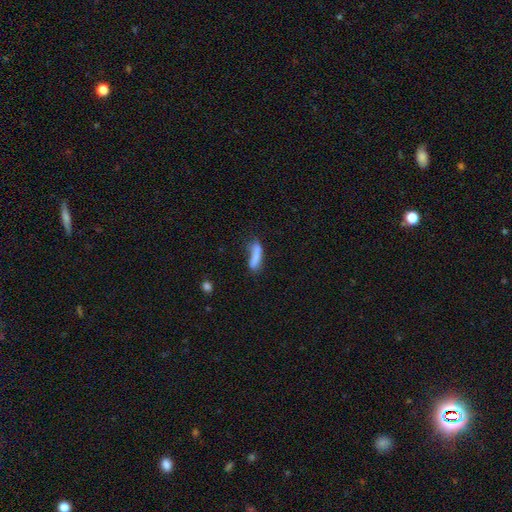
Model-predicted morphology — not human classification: Q: Smooth or featured?
A: smooth (80%); runner-up: featured or disk (12%)
Q: How rounded?
A: cigar-shaped (72%); runner-up: in between (26%)
Q: Merging?
A: none (52%); runner-up: minor disturbance (27%)